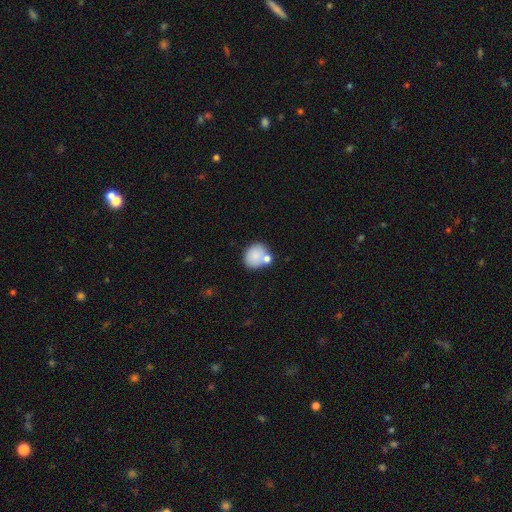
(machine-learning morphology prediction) Smooth or featured? Predicted: smooth (p=0.82). How rounded? Predicted: round (p=0.69). Merging? Predicted: none (p=0.57).